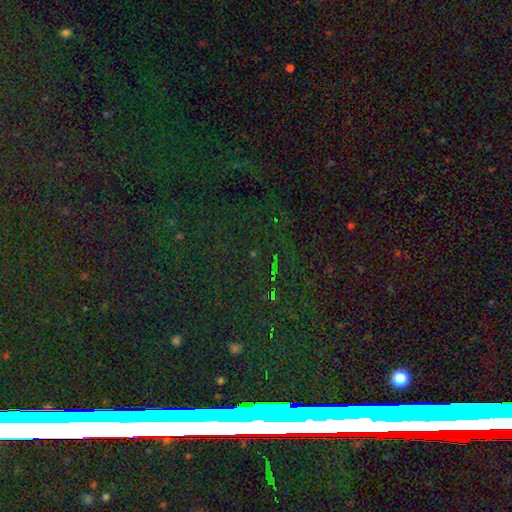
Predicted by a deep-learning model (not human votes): A star or artifact, not a galaxy (79%).